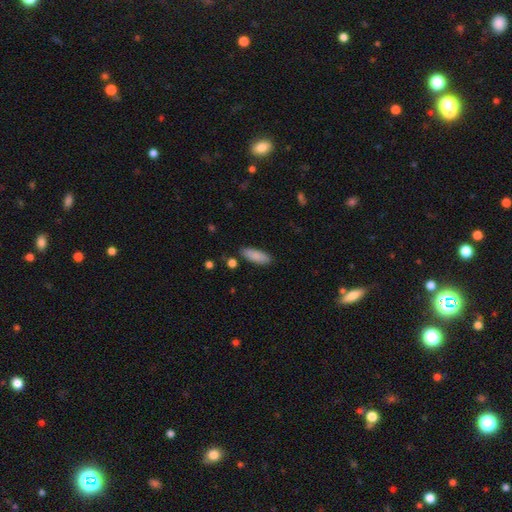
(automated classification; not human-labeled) This appears to be a smooth galaxy with no disk features (88%) that is in between round and cigar-shaped (70%). Merging: none (87%).